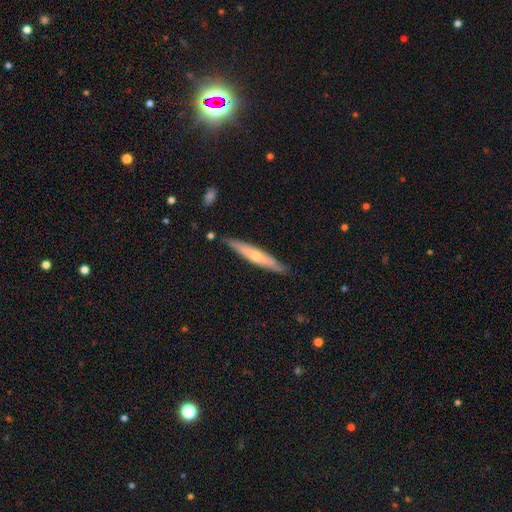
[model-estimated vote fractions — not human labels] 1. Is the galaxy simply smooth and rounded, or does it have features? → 56% featured or disk, 38% smooth, 6% star or artifact.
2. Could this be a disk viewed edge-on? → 88% yes, 12% no.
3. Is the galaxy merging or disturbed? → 85% none, 12% minor disturbance, 2% major disturbance, 2% merger.